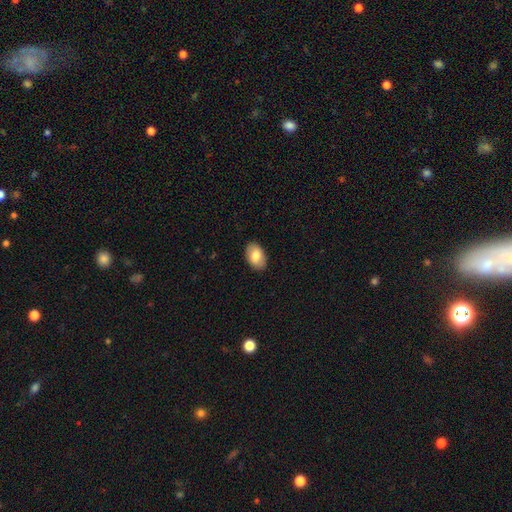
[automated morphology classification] smooth_or_featured: smooth (p=0.79) [alt: featured or disk p=0.14]
how_rounded: in between (p=0.91) [alt: round p=0.08]
merging: none (p=0.88) [alt: minor disturbance p=0.09]